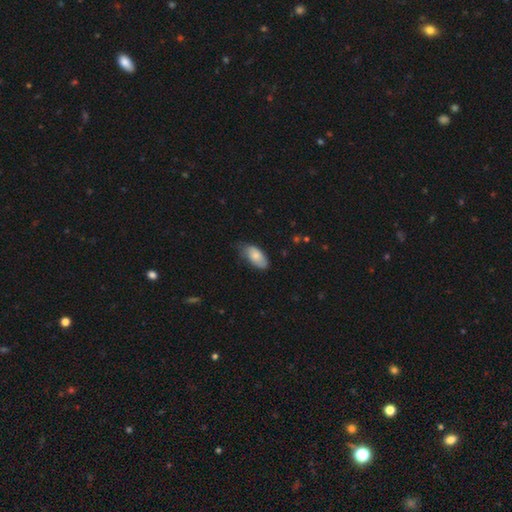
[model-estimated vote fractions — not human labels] smooth 79%, featured or disk 15%, star or artifact 6%. Down the decision tree: how rounded — in between (93%); merging — none (53%).